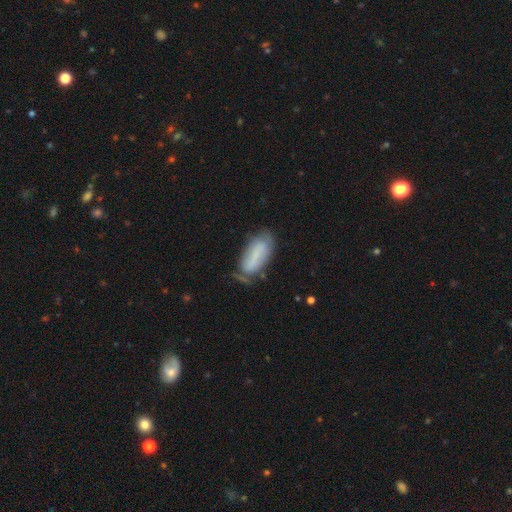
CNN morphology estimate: Overall: smooth (62%; featured or disk 30%). How rounded: in between (80%). Merging: none (41%; minor disturbance 35%).